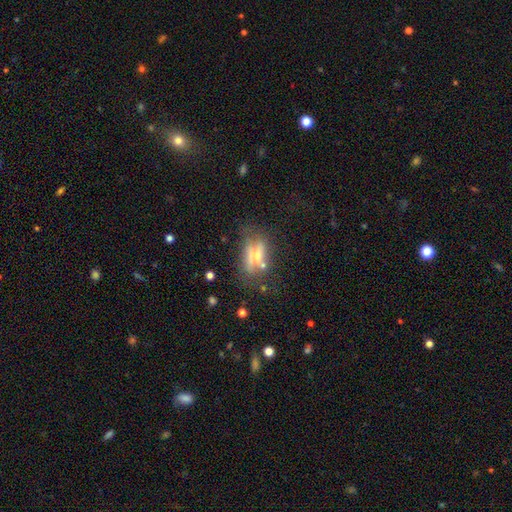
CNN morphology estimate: smooth-or-featured: featured or disk: 53% | smooth: 34% | star or artifact: 13%
  disk-edge-on: no: 71% | yes: 29%
  merging: none: 44% | minor disturbance: 22% | major disturbance: 20% | merger: 14%